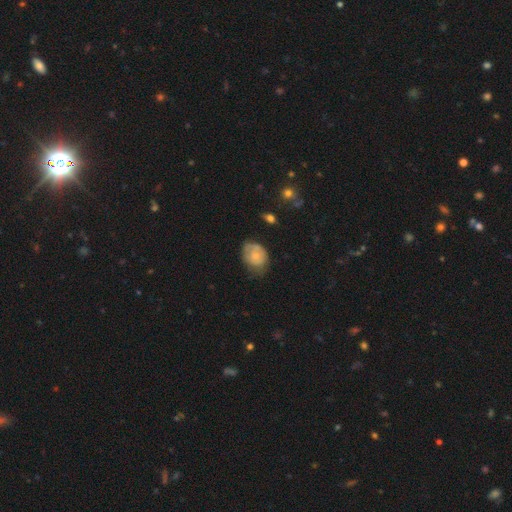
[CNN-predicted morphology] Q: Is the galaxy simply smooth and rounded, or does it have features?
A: smooth — 58%.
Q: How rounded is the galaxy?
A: in between — 55%.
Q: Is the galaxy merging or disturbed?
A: none — 45%.